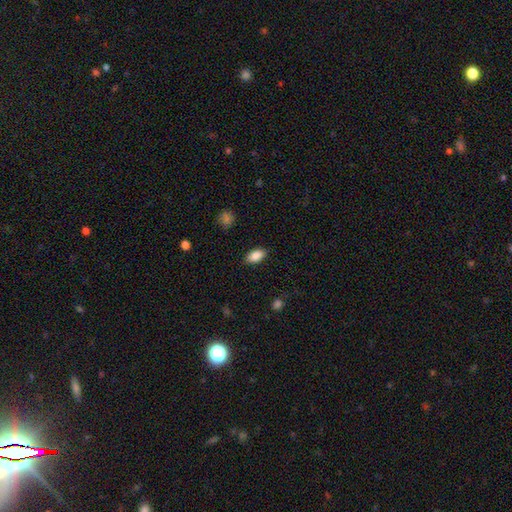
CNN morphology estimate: A smooth galaxy with no disk features (88%) that is in between round and cigar-shaped (92%). Merging: none (86%).